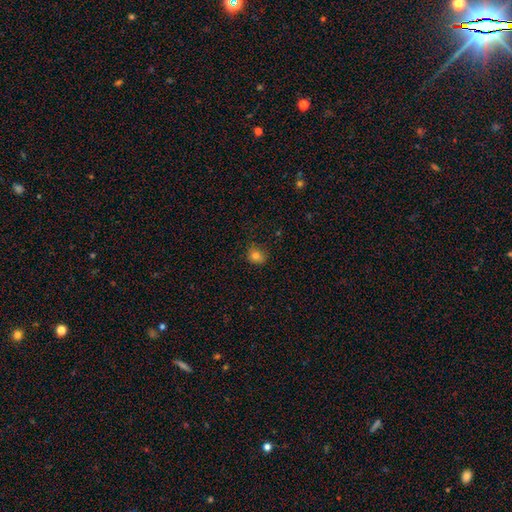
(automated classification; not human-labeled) This is likely a smooth galaxy (79%). How rounded: likely round (73%). Merging: likely none (77%).